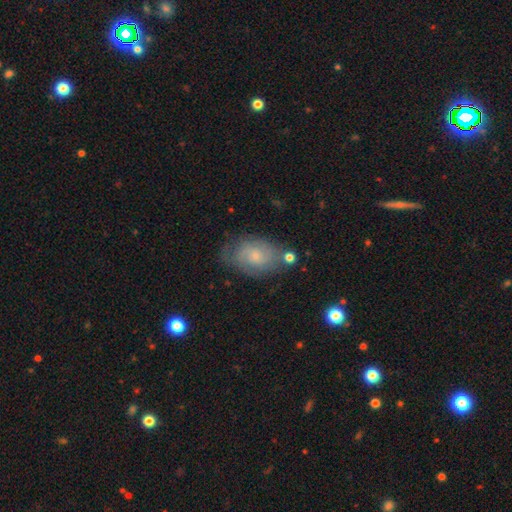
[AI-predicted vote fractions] A featured or disk galaxy (54%) with no bar (75%), spiral arms (79%) and a small central bulge (71%). Merging: none (63%).